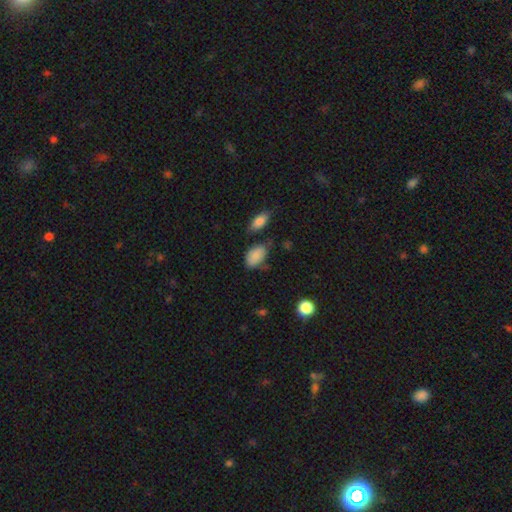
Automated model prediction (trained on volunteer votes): Smooth or featured? Predicted: smooth (p=0.86). How rounded? Predicted: in between (p=0.91). Merging? Predicted: none (p=0.55).